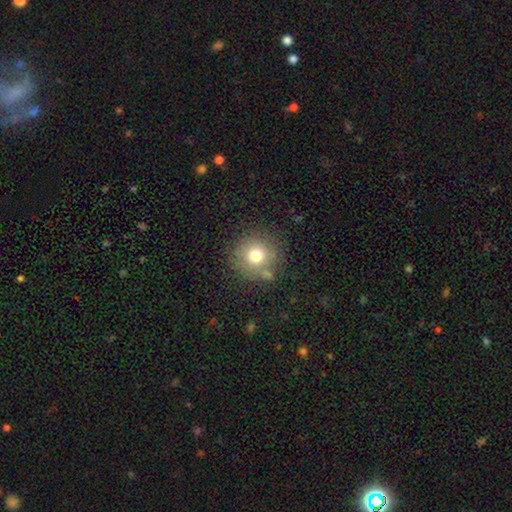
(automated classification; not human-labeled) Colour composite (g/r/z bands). It shows a smooth galaxy with no disk features (73%) that is round (93%). Merging: none (76%).